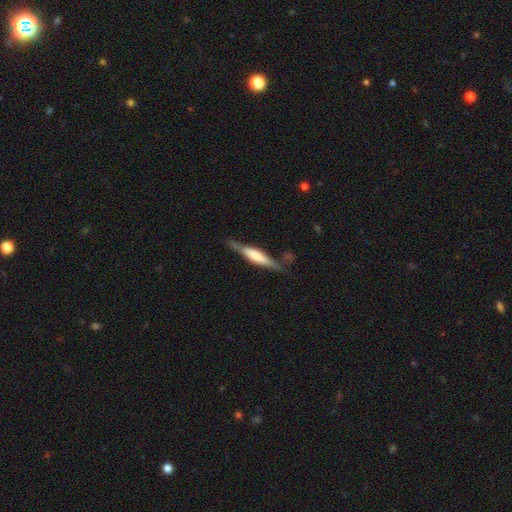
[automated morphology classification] A featured or disk galaxy (56%) viewed edge-on (94%) with a boxy central bulge (50%). Merging: none (74%).